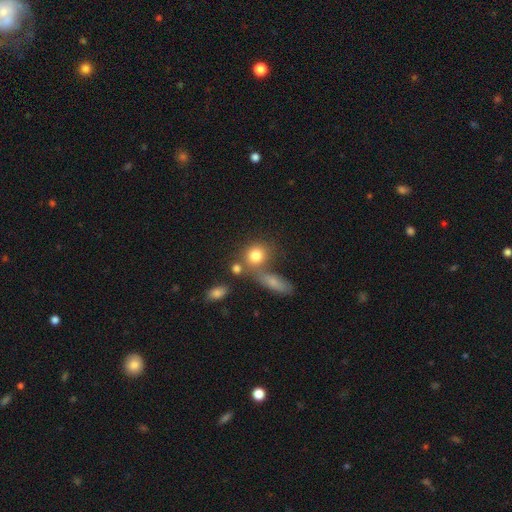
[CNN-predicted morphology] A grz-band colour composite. It shows a smooth galaxy with no disk features (78%) that is round (71%). Merging: none (52%).